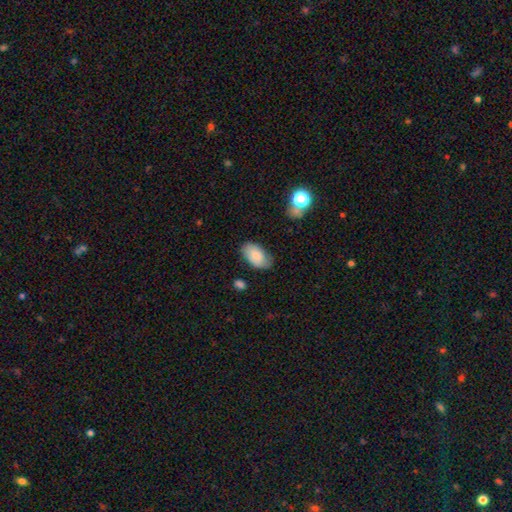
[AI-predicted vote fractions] smooth_or_featured: smooth (p=0.80) [alt: featured or disk p=0.13]
how_rounded: in between (p=0.94) [alt: round p=0.04]
merging: none (p=0.71) [alt: minor disturbance p=0.22]